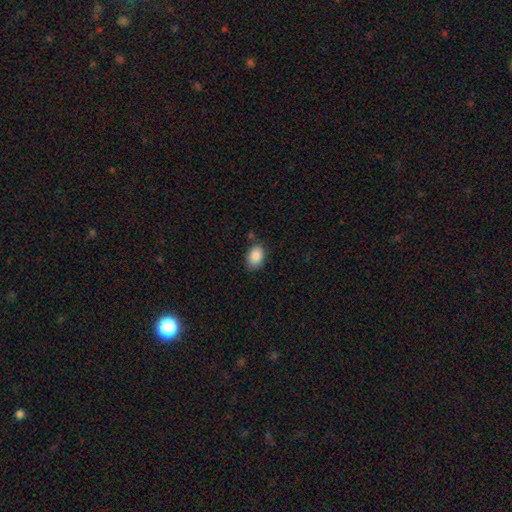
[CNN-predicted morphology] This is clearly a smooth galaxy (88%). How rounded: clearly in between (81%). Merging: likely none (78%).